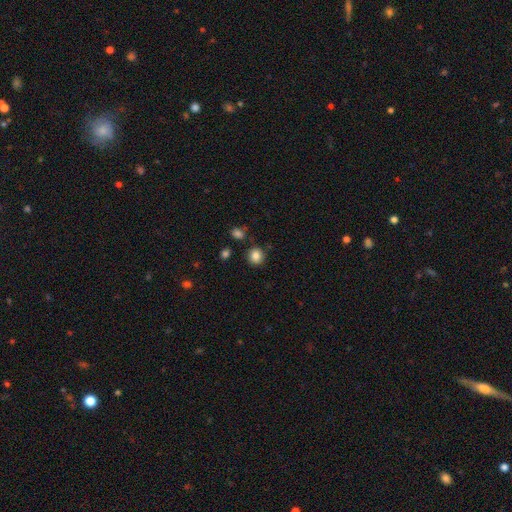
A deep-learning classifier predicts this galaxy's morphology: smooth_or_featured: smooth (p=0.85) [alt: star or artifact p=0.10]
how_rounded: round (p=0.89) [alt: in between p=0.10]
merging: none (p=0.84) [alt: minor disturbance p=0.09]